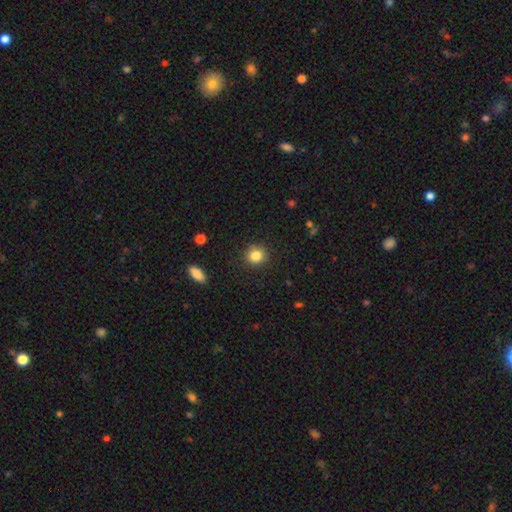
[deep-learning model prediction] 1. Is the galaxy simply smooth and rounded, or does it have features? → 84% smooth, 10% star or artifact, 6% featured or disk.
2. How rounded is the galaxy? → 86% round, 13% in between, 1% cigar-shaped.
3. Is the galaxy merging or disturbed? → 89% none, 8% minor disturbance, 2% major disturbance, 1% merger.